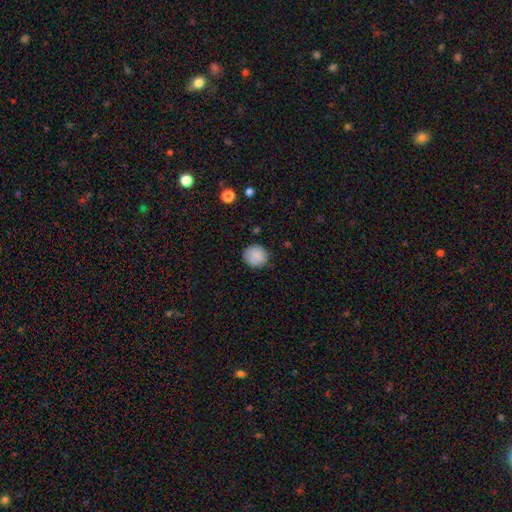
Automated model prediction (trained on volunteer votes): Smooth or featured: smooth — 88% (star or artifact — 8%)
How rounded: round — 88% (in between — 11%)
Merging: none — 82% (minor disturbance — 14%)